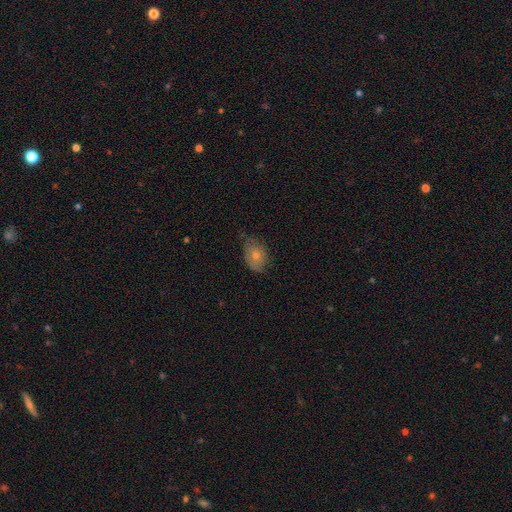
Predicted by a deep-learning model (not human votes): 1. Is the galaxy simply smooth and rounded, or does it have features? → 72% smooth, 20% featured or disk, 8% star or artifact.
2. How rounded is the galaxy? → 73% in between, 25% round, 1% cigar-shaped.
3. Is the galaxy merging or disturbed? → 52% none, 37% minor disturbance, 9% major disturbance, 2% merger.